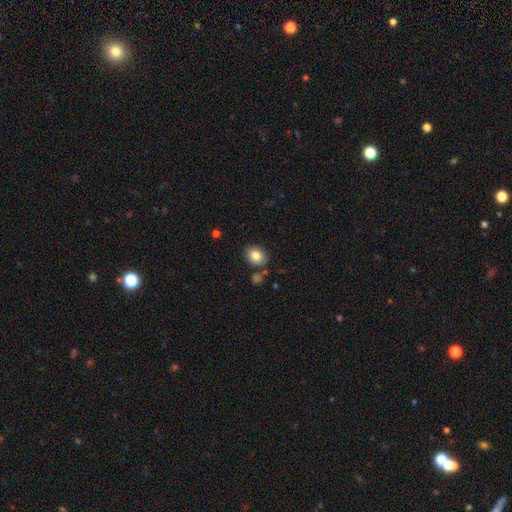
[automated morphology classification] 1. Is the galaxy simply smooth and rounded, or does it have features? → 83% smooth, 9% star or artifact, 8% featured or disk.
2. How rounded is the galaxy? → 52% round, 47% in between, 1% cigar-shaped.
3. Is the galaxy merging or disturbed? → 82% none, 10% minor disturbance, 5% merger, 3% major disturbance.